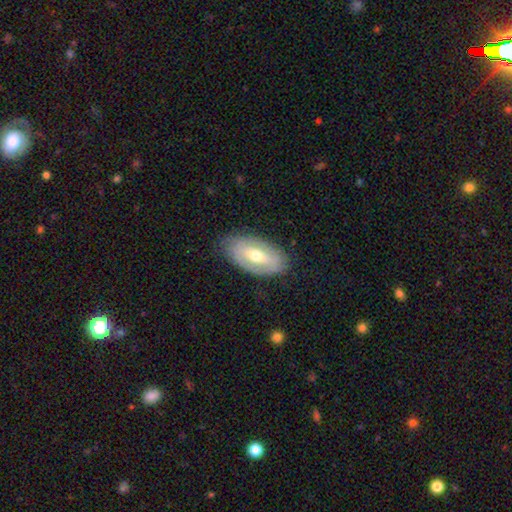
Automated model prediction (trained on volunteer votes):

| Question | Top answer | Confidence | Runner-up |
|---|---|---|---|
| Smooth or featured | featured or disk | 57% | smooth (37%) |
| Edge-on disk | no | 87% | yes (13%) |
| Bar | no | 41% | weak (37%) |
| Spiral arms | no | 53% | yes (47%) |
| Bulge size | moderate | 68% | small (26%) |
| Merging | none | 77% | minor disturbance (17%) |